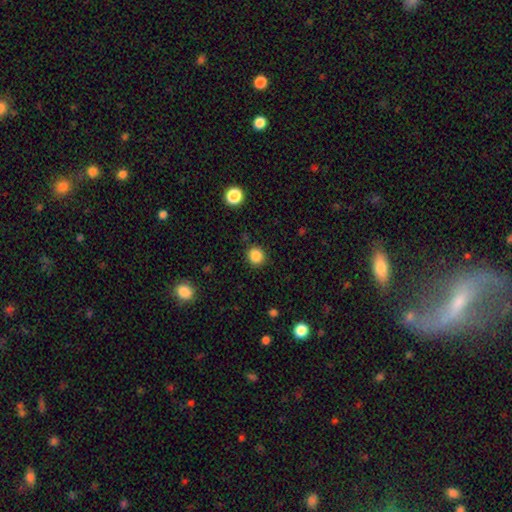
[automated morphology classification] smooth_or_featured: smooth (p=0.86) [alt: star or artifact p=0.11]
how_rounded: round (p=0.90) [alt: in between p=0.09]
merging: none (p=0.89) [alt: minor disturbance p=0.07]